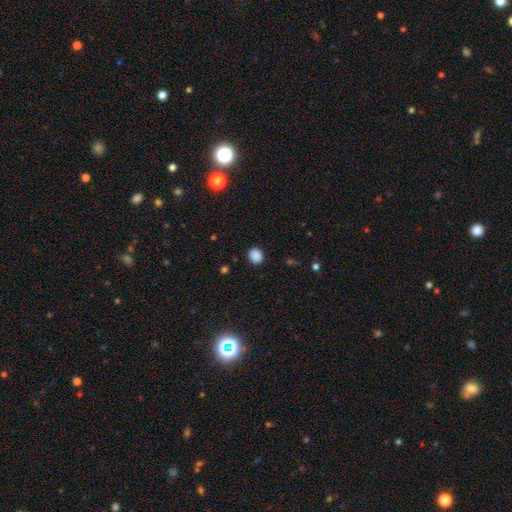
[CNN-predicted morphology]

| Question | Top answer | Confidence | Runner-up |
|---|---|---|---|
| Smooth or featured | smooth | 87% | star or artifact (10%) |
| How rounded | round | 73% | in between (26%) |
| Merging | none | 90% | minor disturbance (7%) |